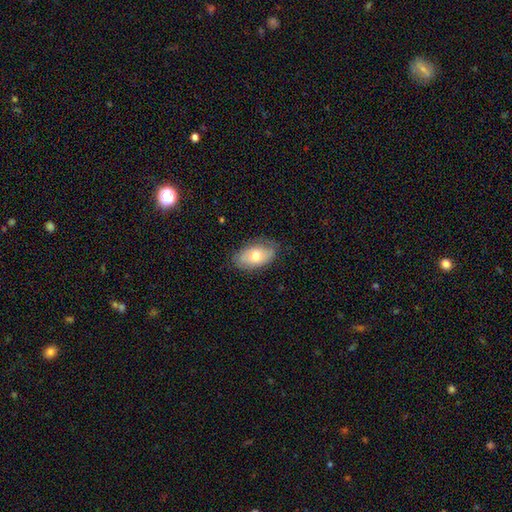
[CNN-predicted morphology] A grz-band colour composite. It shows a smooth galaxy with no disk features (67%) that is in between round and cigar-shaped (92%). Merging: none (77%).